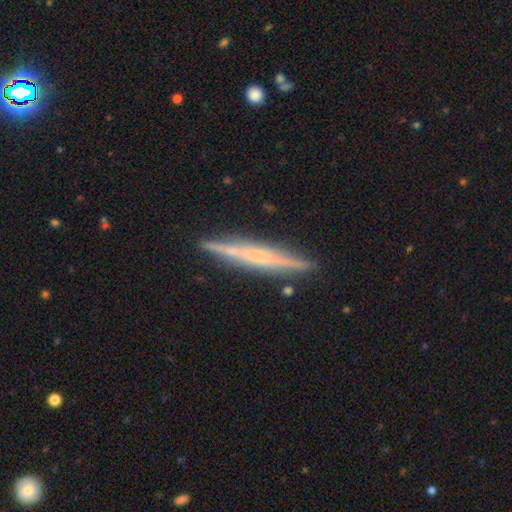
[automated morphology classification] Smooth or featured: featured or disk — 61% (smooth — 32%)
Edge-on disk: yes — 97% (no — 3%)
Edge-on bulge: none — 57% (rounded — 27%)
Merging: none — 89% (minor disturbance — 8%)